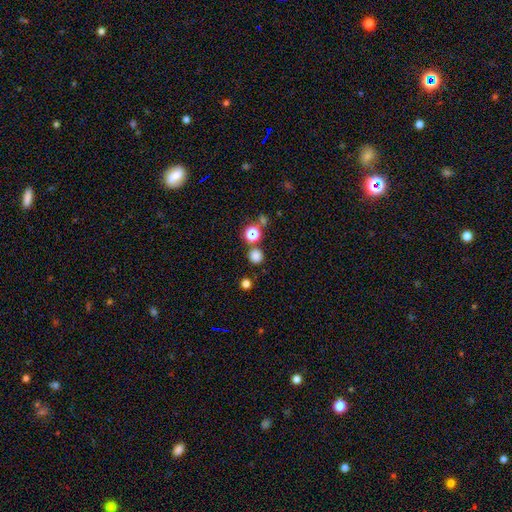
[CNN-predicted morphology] This appears to be a smooth galaxy with no disk features (77%) that is round (92%). Merging: none (81%).